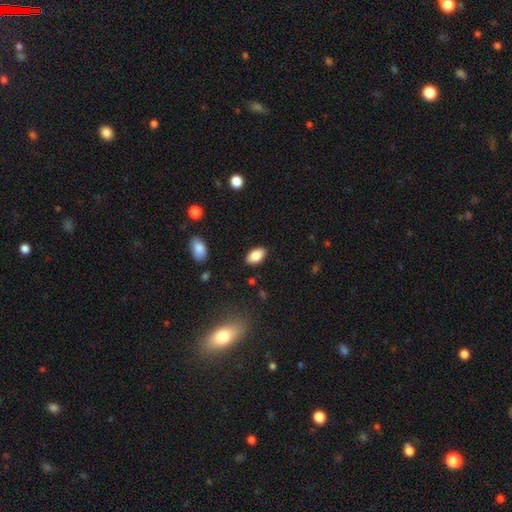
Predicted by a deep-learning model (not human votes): Smooth or featured?
  - smooth: 83% *
  - featured or disk: 9%
  - star or artifact: 8%
How rounded?
  - in between: 94% *
  - round: 4%
  - cigar-shaped: 2%
Merging?
  - none: 87% *
  - minor disturbance: 10%
  - major disturbance: 2%
  - merger: 1%